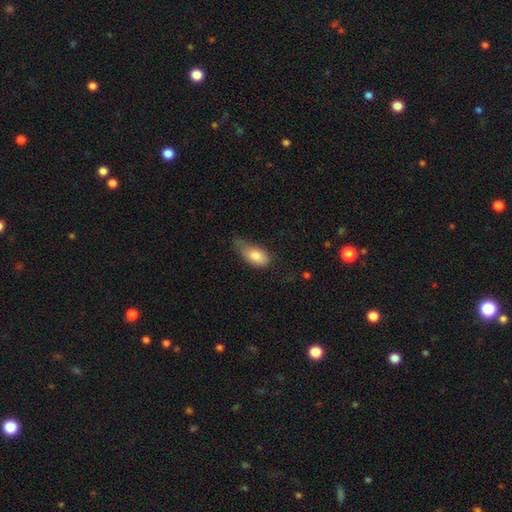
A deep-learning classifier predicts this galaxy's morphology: This is clearly a smooth galaxy (80%). How rounded: clearly in between (88%). Merging: possibly minor disturbance (46%).